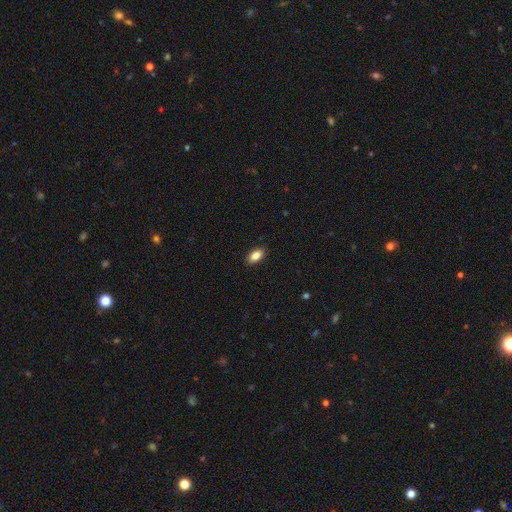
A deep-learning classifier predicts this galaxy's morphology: This is clearly a smooth galaxy (86%). How rounded: clearly in between (91%). Merging: clearly none (89%).